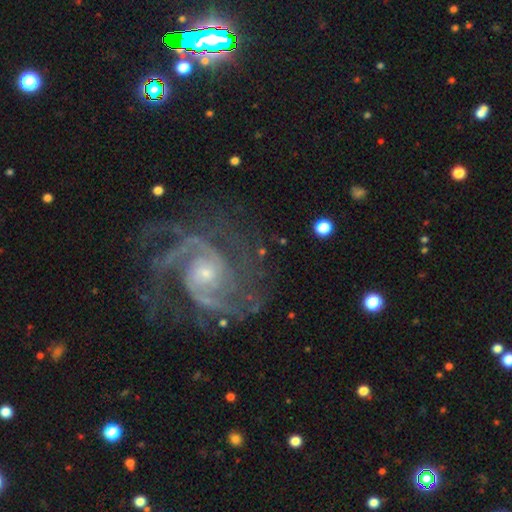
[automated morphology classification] A featured or disk galaxy (91%) with no bar (62%), 2 (58%) medium (51%) spiral arms (98%) and a small central bulge (66%). Merging: none (71%).